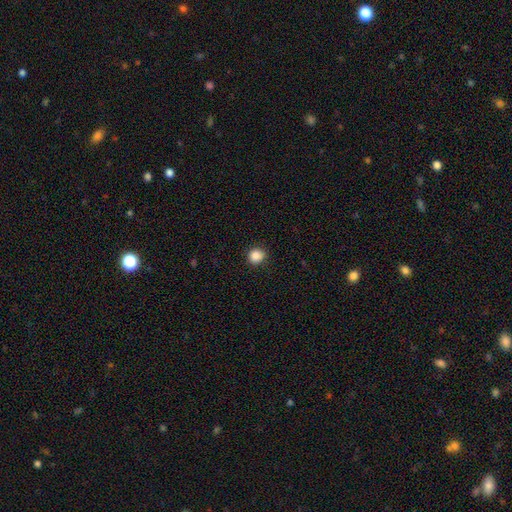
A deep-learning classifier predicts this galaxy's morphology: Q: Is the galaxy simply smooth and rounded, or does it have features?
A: smooth — 87%.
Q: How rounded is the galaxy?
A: round — 88%.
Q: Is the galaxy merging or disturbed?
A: none — 88%.